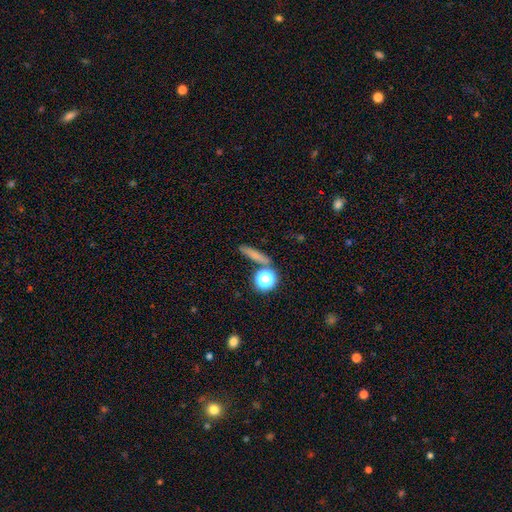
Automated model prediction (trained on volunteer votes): smooth_or_featured: smooth (p=0.68) [alt: star or artifact p=0.17]
how_rounded: cigar-shaped (p=0.65) [alt: round p=0.20]
merging: none (p=0.79) [alt: merger p=0.09]